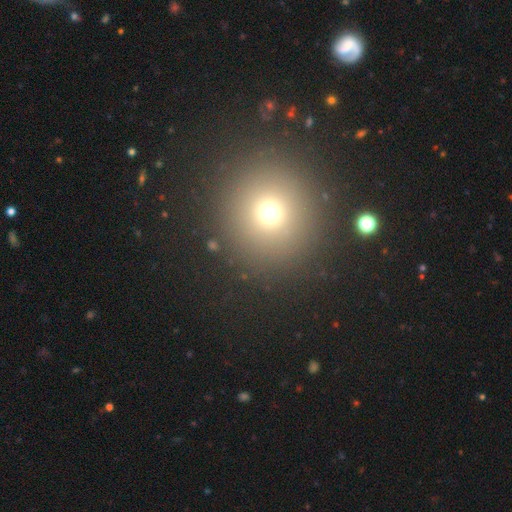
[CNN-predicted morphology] smooth_or_featured: smooth (p=0.68) [alt: star or artifact p=0.24]
how_rounded: round (p=0.94) [alt: in between p=0.05]
merging: none (p=0.89) [alt: minor disturbance p=0.05]